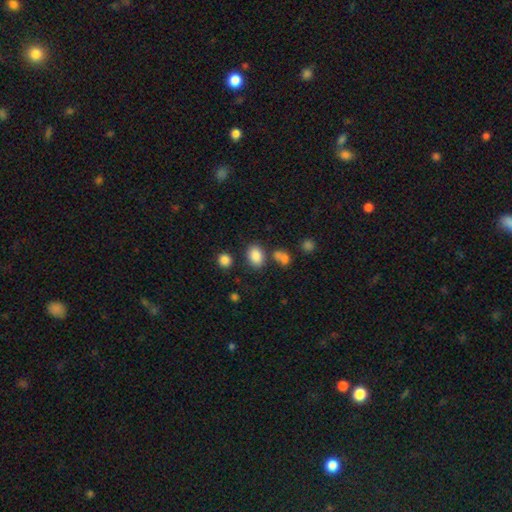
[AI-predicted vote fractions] Smooth or featured? smooth (85%)
How rounded? in between (72%)
Merging? none (72%)